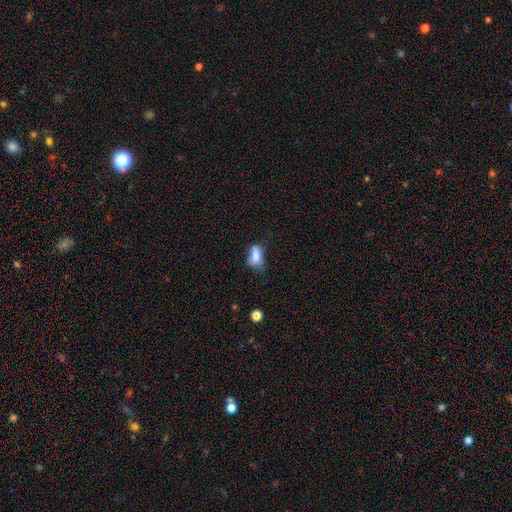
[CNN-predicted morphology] smooth 78%, featured or disk 12%, star or artifact 10%. Down the decision tree: how rounded — in between (86%); merging — none (39%).